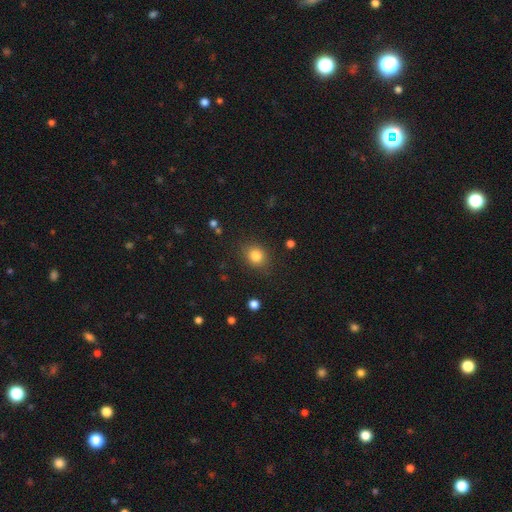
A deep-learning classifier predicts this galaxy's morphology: Smooth or featured? Predicted: smooth (p=0.83). How rounded? Predicted: round (p=0.69). Merging? Predicted: none (p=0.83).